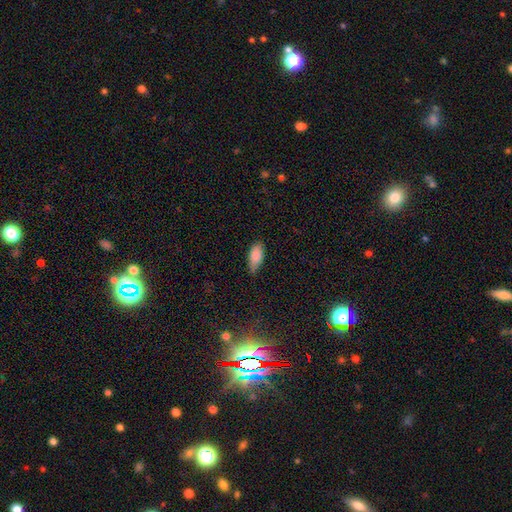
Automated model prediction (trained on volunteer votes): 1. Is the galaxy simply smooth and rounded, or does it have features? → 87% smooth, 7% star or artifact, 6% featured or disk.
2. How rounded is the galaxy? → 88% in between, 9% cigar-shaped, 2% round.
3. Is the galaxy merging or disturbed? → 59% none, 34% minor disturbance, 5% major disturbance, 2% merger.